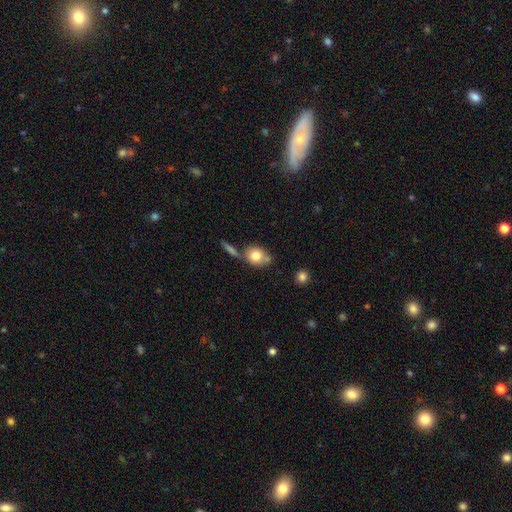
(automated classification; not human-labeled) smooth 77%, featured or disk 15%, star or artifact 9%. Down the decision tree: how rounded — round (55%); merging — none (54%).